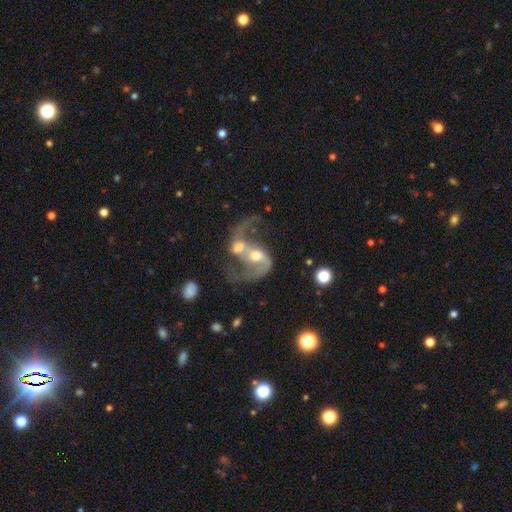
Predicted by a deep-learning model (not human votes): smooth_or_featured: featured or disk (p=0.79) [alt: smooth p=0.13]
disk_edge_on: no (p=0.97) [alt: yes p=0.03]
bar: no (p=0.49) [alt: weak p=0.36]
has_spiral_arms: yes (p=0.86) [alt: no p=0.14]
spiral_winding: loose (p=0.70) [alt: medium p=0.25]
spiral_arm_count: 2 (p=0.77) [alt: 1 p=0.13]
bulge_size: moderate (p=0.62) [alt: small p=0.21]
merging: merger (p=0.71) [alt: major disturbance p=0.12]